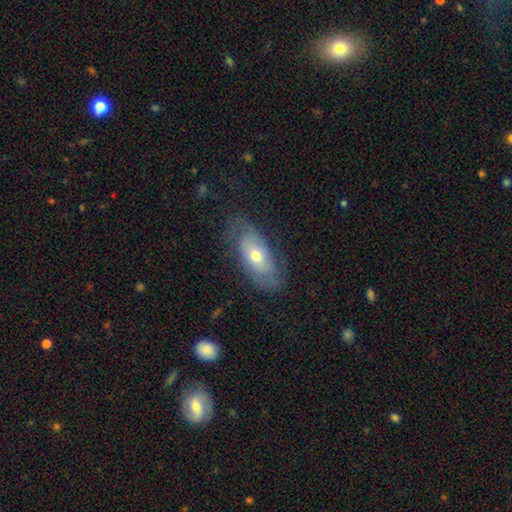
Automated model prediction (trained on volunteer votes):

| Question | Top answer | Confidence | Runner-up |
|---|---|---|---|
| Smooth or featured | featured or disk | 54% | smooth (38%) |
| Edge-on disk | no | 84% | yes (16%) |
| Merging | none | 71% | minor disturbance (20%) |